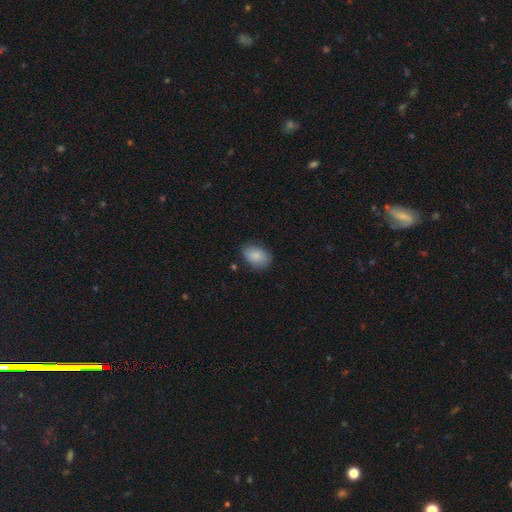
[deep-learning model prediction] smooth_or_featured: smooth (p=0.86) [alt: star or artifact p=0.07]
how_rounded: in between (p=0.82) [alt: round p=0.17]
merging: none (p=0.78) [alt: minor disturbance p=0.17]